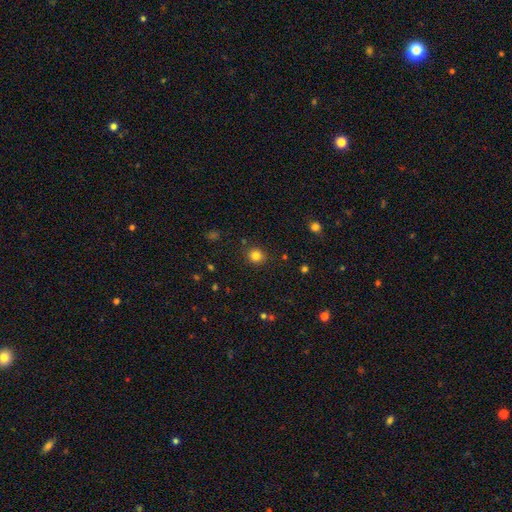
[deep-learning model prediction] smooth 82%, star or artifact 13%, featured or disk 6%. Down the decision tree: how rounded — round (85%); merging — none (89%).